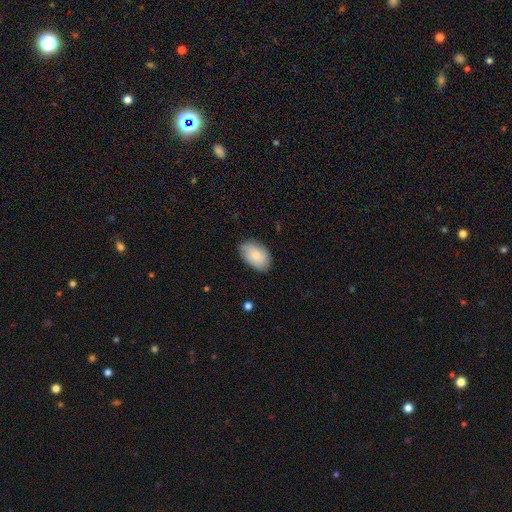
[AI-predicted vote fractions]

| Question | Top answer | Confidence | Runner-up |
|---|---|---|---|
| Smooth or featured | smooth | 76% | featured or disk (18%) |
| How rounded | in between | 91% | round (8%) |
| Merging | none | 79% | minor disturbance (17%) |